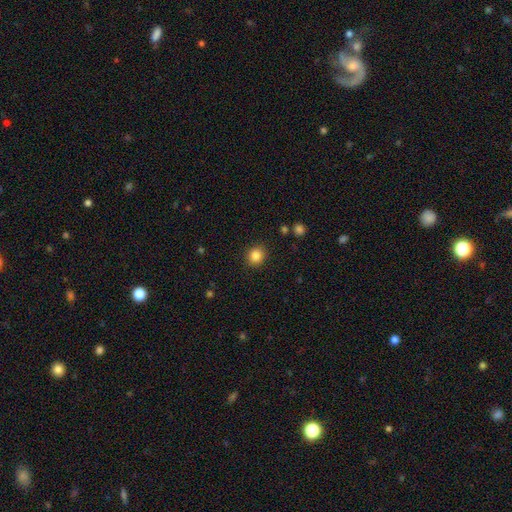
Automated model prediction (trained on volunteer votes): Smooth or featured: smooth — 84% (star or artifact — 11%)
How rounded: round — 83% (in between — 16%)
Merging: none — 90% (minor disturbance — 6%)